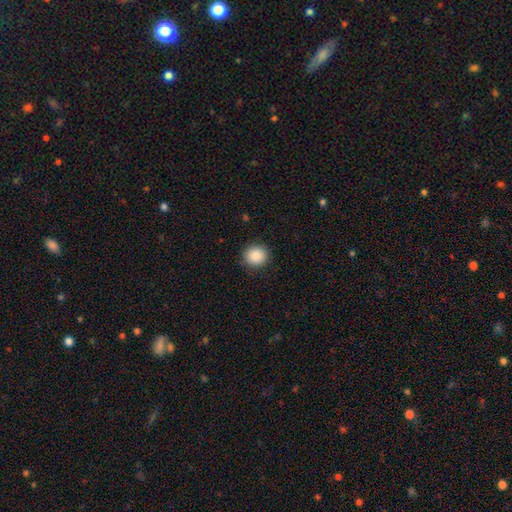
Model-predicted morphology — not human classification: Smooth or featured?
  - smooth: 86% *
  - star or artifact: 9%
  - featured or disk: 5%
How rounded?
  - round: 88% *
  - in between: 11%
  - cigar-shaped: 1%
Merging?
  - none: 89% *
  - minor disturbance: 8%
  - major disturbance: 2%
  - merger: 1%